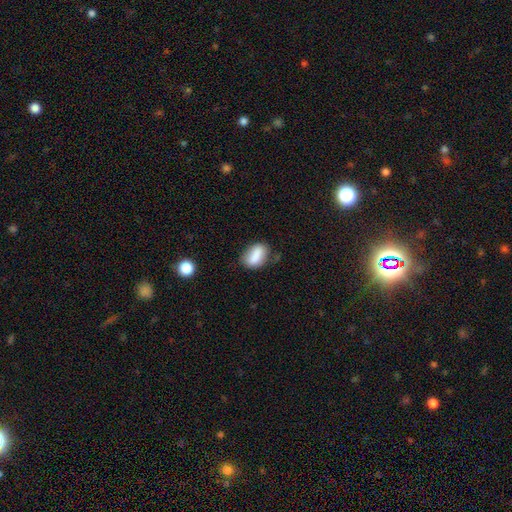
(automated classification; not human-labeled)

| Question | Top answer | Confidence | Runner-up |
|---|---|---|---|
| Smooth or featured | smooth | 82% | featured or disk (9%) |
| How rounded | in between | 84% | round (11%) |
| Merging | none | 65% | minor disturbance (23%) |